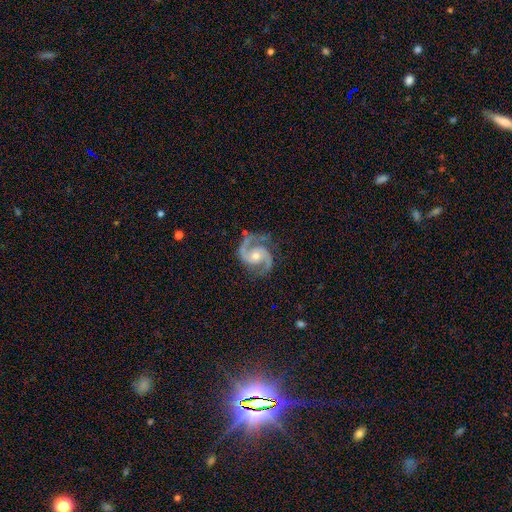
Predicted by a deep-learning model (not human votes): Smooth or featured? Predicted: featured or disk (p=0.93). Edge-on disk? Predicted: no (p=0.98). Bar? Predicted: no (p=0.63). Spiral arms? Predicted: yes (p=0.99). Spiral winding? Predicted: medium (p=0.64). Spiral arm count? Predicted: 2 (p=0.94). Bulge size? Predicted: moderate (p=0.50). Merging? Predicted: none (p=0.80).